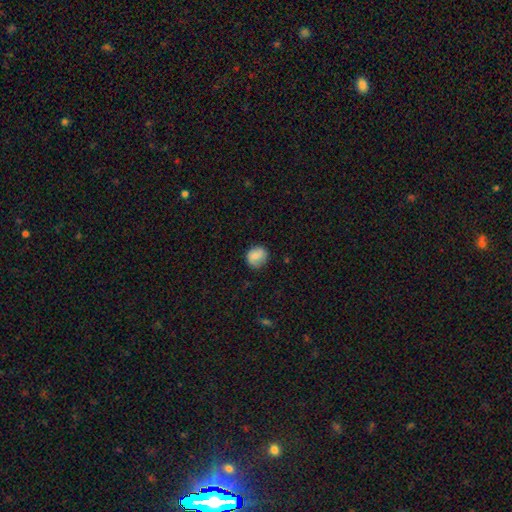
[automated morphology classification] This is likely a smooth galaxy (80%). How rounded: likely round (79%). Merging: likely none (78%).